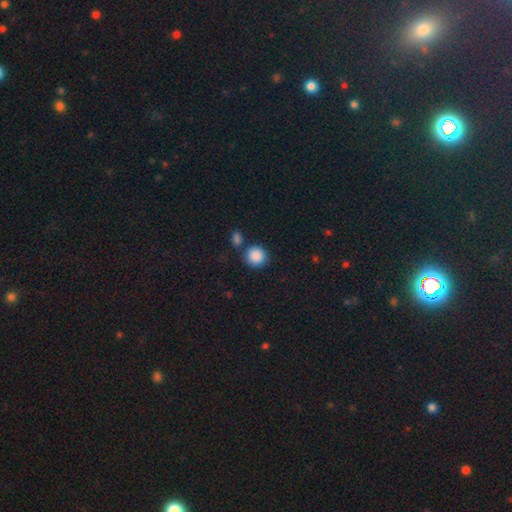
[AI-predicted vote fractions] This appears to be a smooth galaxy with no disk features (89%) that is round (90%). Merging: none (72%).